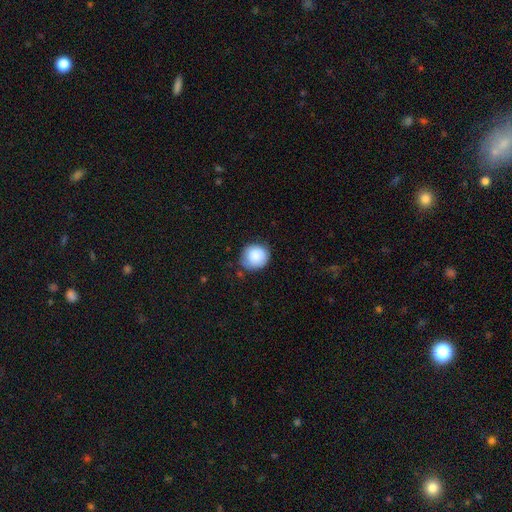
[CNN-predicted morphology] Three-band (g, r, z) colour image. It shows a smooth galaxy with no disk features (87%) that is round (87%). Merging: none (72%).